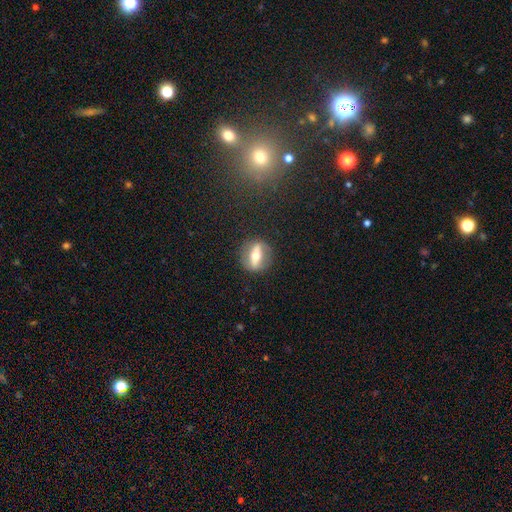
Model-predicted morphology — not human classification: Smooth or featured: featured or disk — 64% (smooth — 28%)
Edge-on disk: yes — 50% (tied with no — 50%)
Merging: none — 85% (minor disturbance — 9%)